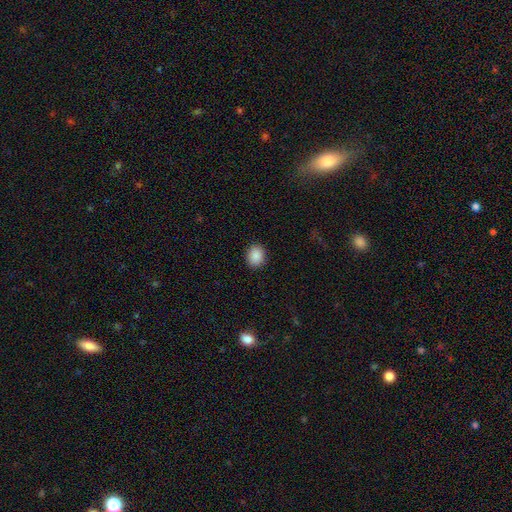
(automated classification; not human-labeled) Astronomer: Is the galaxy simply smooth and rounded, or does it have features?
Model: smooth — 89%.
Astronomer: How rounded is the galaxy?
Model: in between — 51% (runner-up: round, 48%).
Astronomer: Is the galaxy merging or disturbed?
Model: none — 89%.